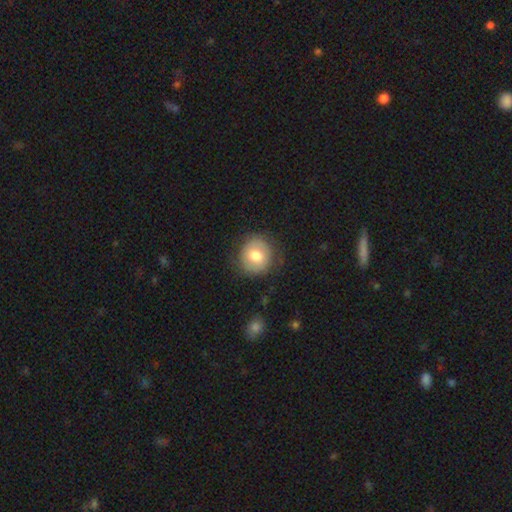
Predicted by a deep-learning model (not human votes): Smooth or featured?
  - smooth: 65% *
  - featured or disk: 28%
  - star or artifact: 7%
How rounded?
  - round: 87% *
  - in between: 12%
  - cigar-shaped: 1%
Merging?
  - none: 80% *
  - minor disturbance: 13%
  - major disturbance: 5%
  - merger: 1%